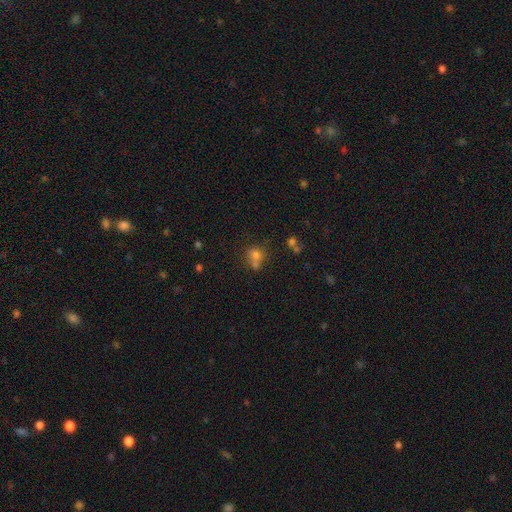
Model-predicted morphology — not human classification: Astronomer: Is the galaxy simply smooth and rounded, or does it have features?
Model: smooth — 67%.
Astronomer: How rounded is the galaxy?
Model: round — 71%.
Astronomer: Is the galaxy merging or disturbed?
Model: none — 43% (runner-up: merger, 37%).